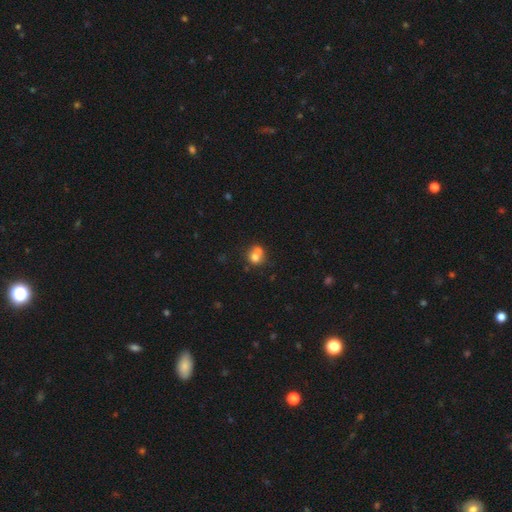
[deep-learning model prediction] smooth 70%, featured or disk 19%, star or artifact 12%. Down the decision tree: how rounded — round (81%); merging — merger (56%).